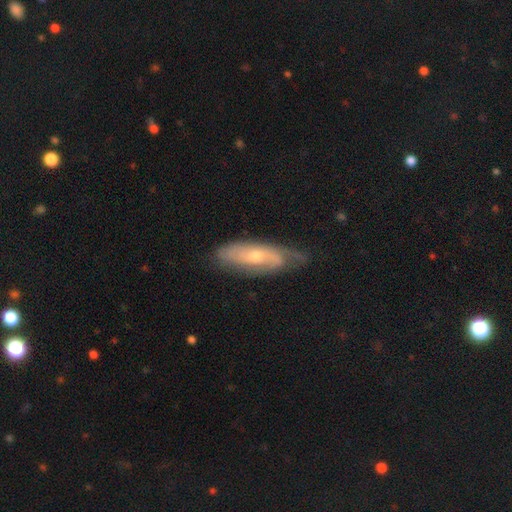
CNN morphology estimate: Smooth or featured: featured or disk — 60% (smooth — 33%)
Edge-on disk: no — 76% (yes — 24%)
Merging: none — 60% (minor disturbance — 29%)